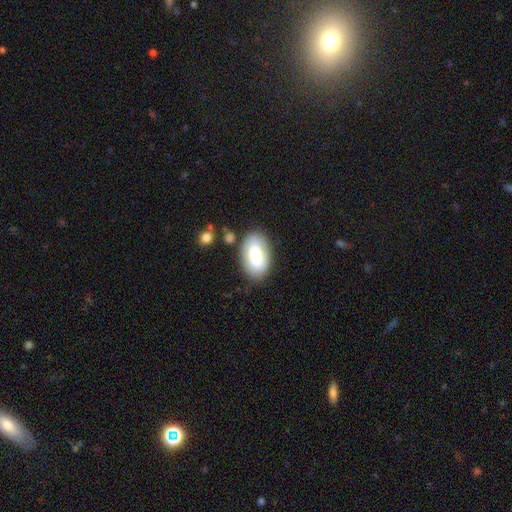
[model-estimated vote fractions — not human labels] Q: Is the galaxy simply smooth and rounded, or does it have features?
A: smooth — 72%.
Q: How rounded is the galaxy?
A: in between — 92%.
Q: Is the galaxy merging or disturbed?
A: none — 78%.